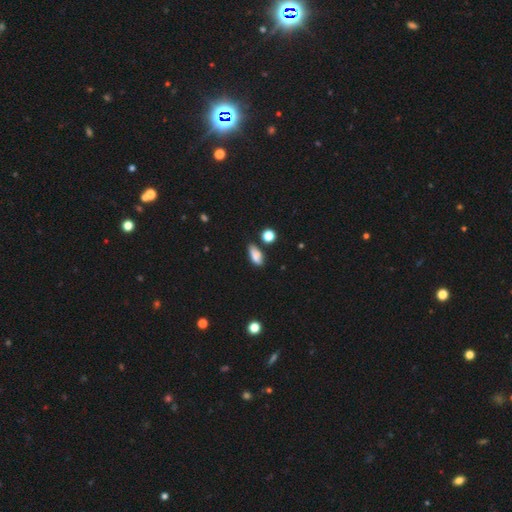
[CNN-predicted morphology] Smooth or featured?
  - smooth: 80% *
  - featured or disk: 11%
  - star or artifact: 9%
How rounded?
  - in between: 78% *
  - cigar-shaped: 17%
  - round: 5%
Merging?
  - none: 63% *
  - minor disturbance: 25%
  - merger: 7%
  - major disturbance: 6%